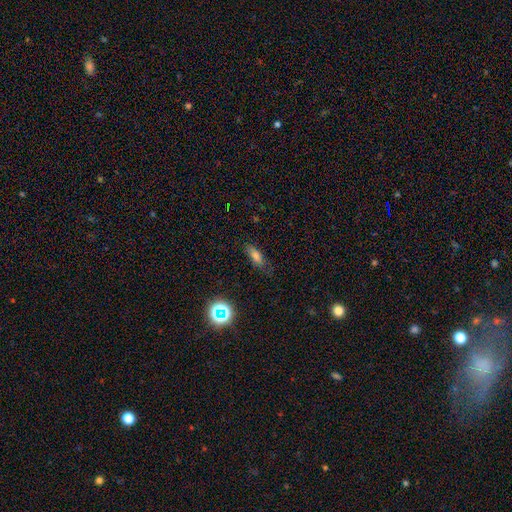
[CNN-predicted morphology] Overall: smooth (71%). How rounded: in between (59%; cigar-shaped 37%). Merging: none (74%).